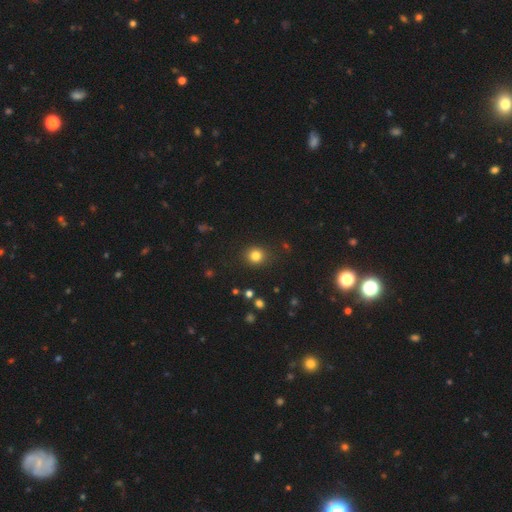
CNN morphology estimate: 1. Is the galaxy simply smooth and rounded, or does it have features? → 82% smooth, 13% star or artifact, 5% featured or disk.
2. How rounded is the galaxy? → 86% round, 13% in between, 1% cigar-shaped.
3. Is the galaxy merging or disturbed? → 89% none, 7% minor disturbance, 3% major disturbance, 1% merger.